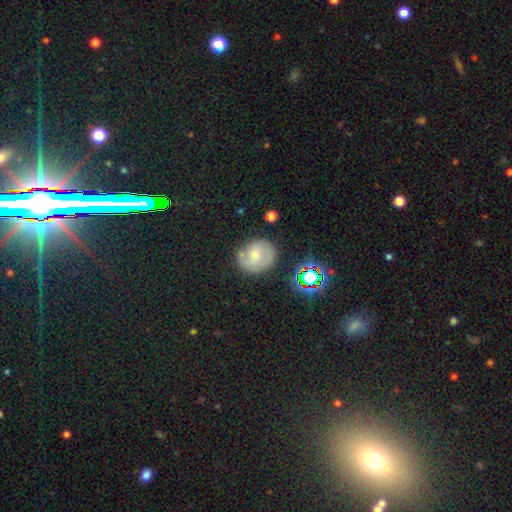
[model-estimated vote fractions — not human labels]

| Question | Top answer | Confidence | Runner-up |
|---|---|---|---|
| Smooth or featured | smooth | 45% | featured or disk (43%) |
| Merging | none | 71% | minor disturbance (19%) |